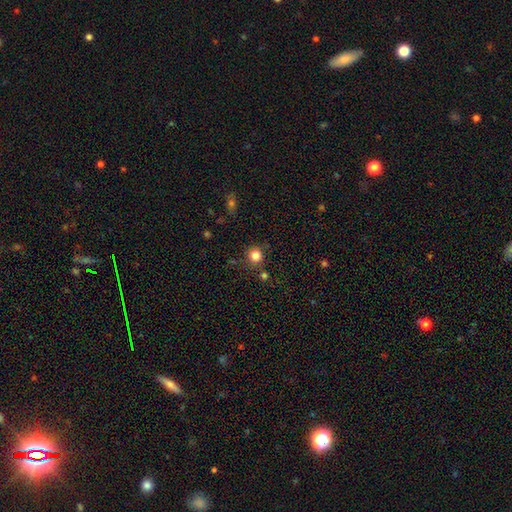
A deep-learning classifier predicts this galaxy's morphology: A smooth galaxy with no disk features (83%) that is round (91%).

Vote fractions:
- Smooth or featured? smooth: 83% / star or artifact: 12% / featured or disk: 5%
- How rounded? round: 91% / in between: 8% / cigar-shaped: 1%
- Merging? none: 82% / minor disturbance: 9% / merger: 6% / major disturbance: 3%